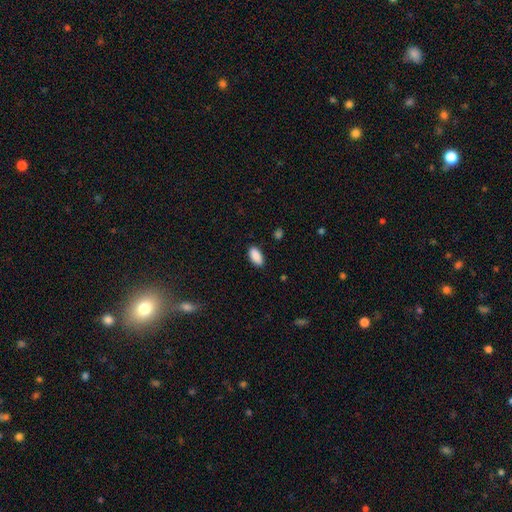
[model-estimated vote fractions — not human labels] Smooth or featured: smooth — 90% (star or artifact — 7%)
How rounded: in between — 92% (cigar-shaped — 6%)
Merging: none — 85% (minor disturbance — 11%)